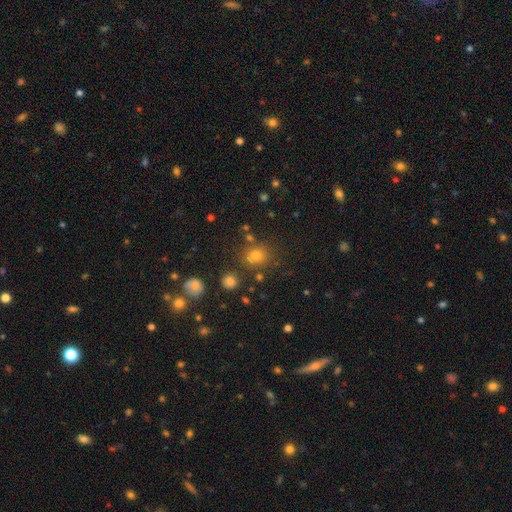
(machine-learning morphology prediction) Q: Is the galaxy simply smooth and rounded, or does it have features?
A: smooth — 71%.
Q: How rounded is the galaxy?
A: round — 77%.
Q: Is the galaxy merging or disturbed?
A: none — 80%.